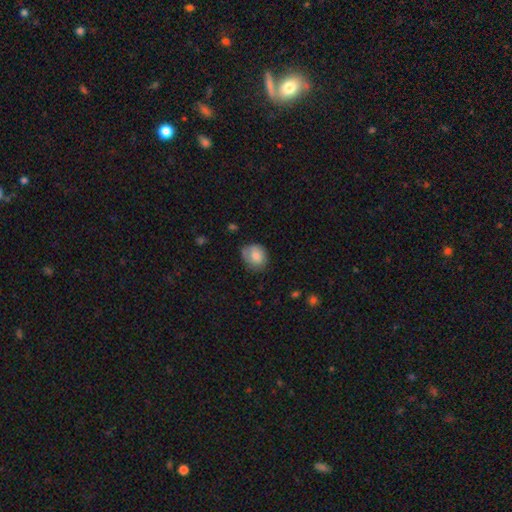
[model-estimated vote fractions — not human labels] smooth 75%, featured or disk 17%, star or artifact 8%. Down the decision tree: how rounded — round (60%); merging — none (63%).